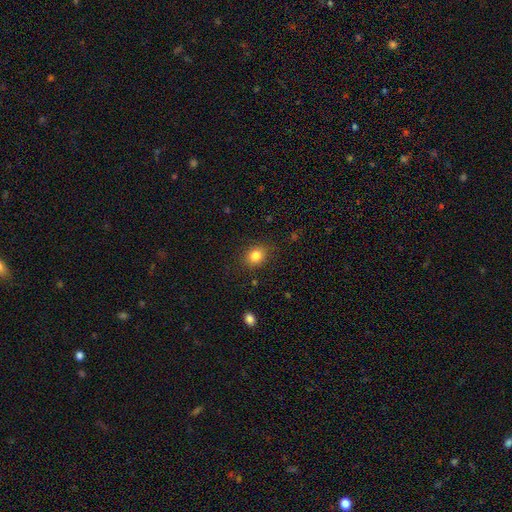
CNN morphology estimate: A smooth galaxy with no disk features (83%) that is round (65%).

Vote fractions:
- Smooth or featured? smooth: 83% / star or artifact: 11% / featured or disk: 6%
- How rounded? round: 65% / in between: 34% / cigar-shaped: 1%
- Merging? none: 84% / minor disturbance: 11% / major disturbance: 3% / merger: 1%